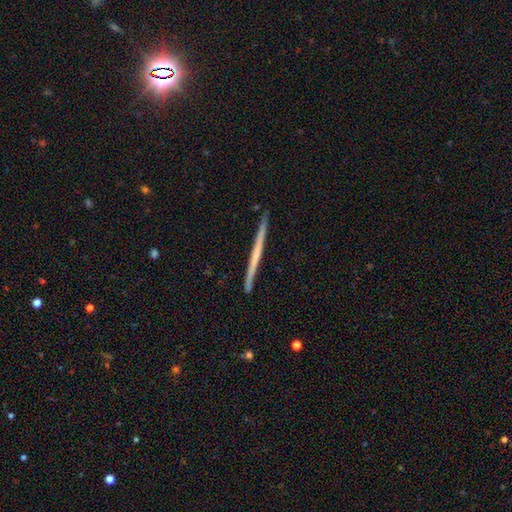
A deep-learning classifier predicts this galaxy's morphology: Smooth or featured?
  - featured or disk: 60% *
  - smooth: 35%
  - star or artifact: 5%
Edge-on disk?
  - yes: 98% *
  - no: 2%
Edge-on bulge?
  - none: 85% *
  - rounded: 11%
  - boxy: 4%
Merging?
  - none: 92% *
  - minor disturbance: 6%
  - major disturbance: 1%
  - merger: 1%